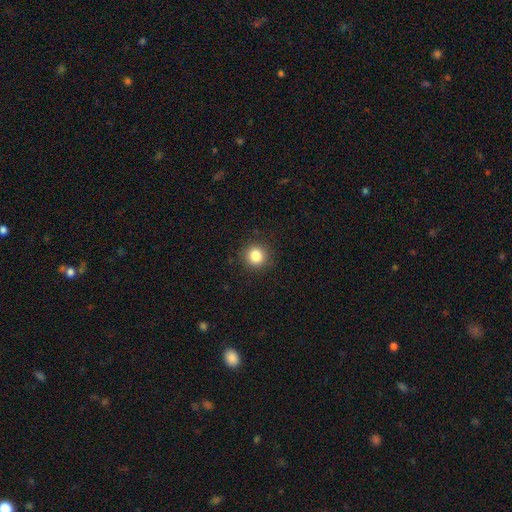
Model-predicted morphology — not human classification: Smooth or featured? Predicted: smooth (p=0.83). How rounded? Predicted: round (p=0.92). Merging? Predicted: none (p=0.90).